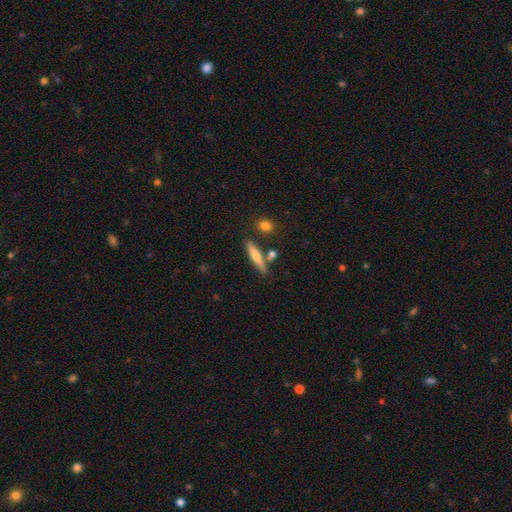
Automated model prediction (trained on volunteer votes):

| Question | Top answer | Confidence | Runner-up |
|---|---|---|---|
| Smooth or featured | smooth | 59% | featured or disk (35%) |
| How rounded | cigar-shaped | 86% | in between (12%) |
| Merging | none | 77% | minor disturbance (11%) |